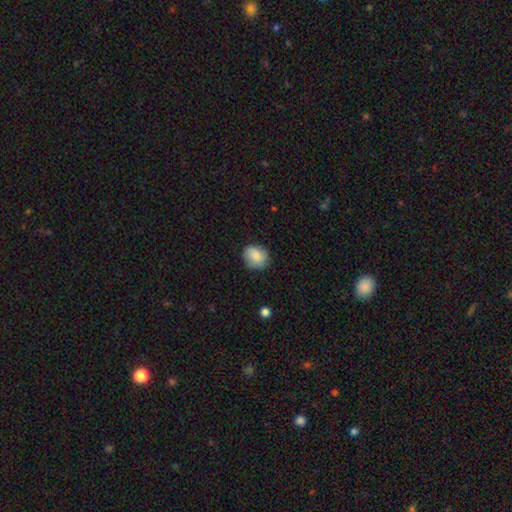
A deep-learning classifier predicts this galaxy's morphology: Q: Smooth or featured?
A: smooth (83%); runner-up: featured or disk (10%)
Q: How rounded?
A: round (66%); runner-up: in between (33%)
Q: Merging?
A: none (80%); runner-up: minor disturbance (16%)